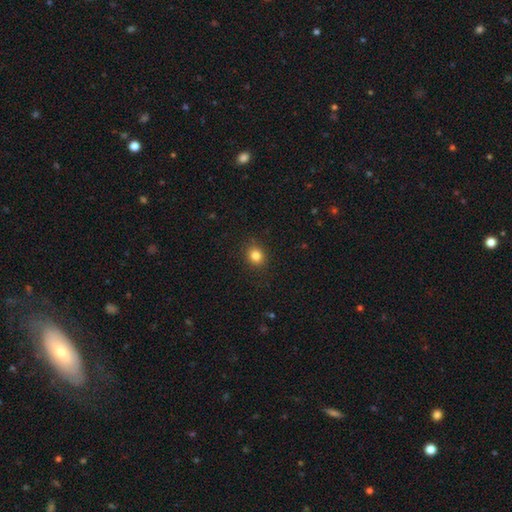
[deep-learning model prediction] A smooth galaxy with no disk features (83%) that is round (70%).

Vote fractions:
- Smooth or featured? smooth: 83% / star or artifact: 12% / featured or disk: 6%
- How rounded? round: 70% / in between: 29% / cigar-shaped: 1%
- Merging? none: 90% / minor disturbance: 7% / major disturbance: 2% / merger: 1%